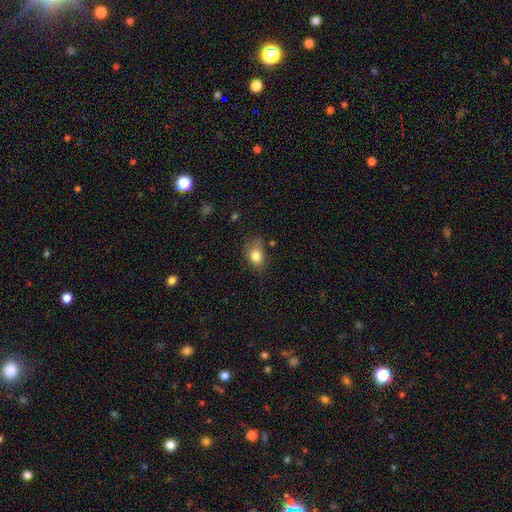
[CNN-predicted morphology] type=smooth (81%); roundness=in between (64%); merging=none (61%).